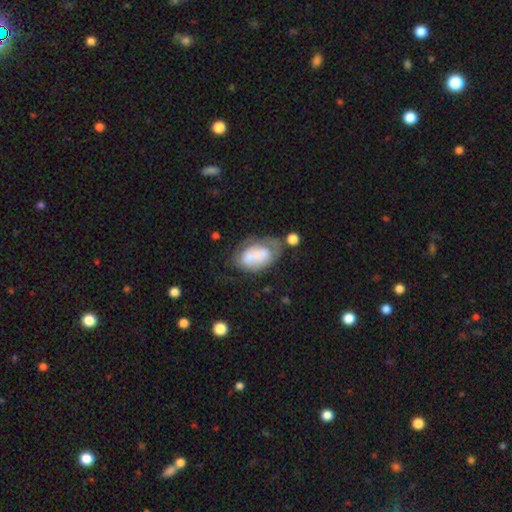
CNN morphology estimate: Overall: smooth (55%; featured or disk 37%). How rounded: in between (89%). Merging: none (32%; minor disturbance 28%).